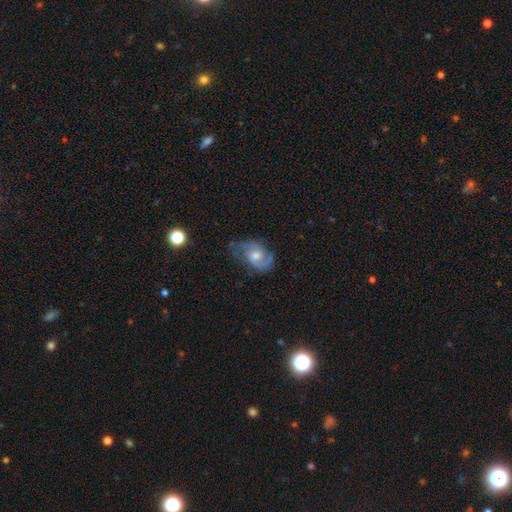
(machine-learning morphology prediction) This is likely a featured or disk galaxy (77%). It is clearly not viewed edge-on (97%). Bar: possibly no (57%). Spiral arm pattern: clearly yes (93%). Spiral arm count: likely 2 (79%). Spiral winding: possibly medium (49%). Central bulge: likely moderate (61%). Merging: possibly none (57%).